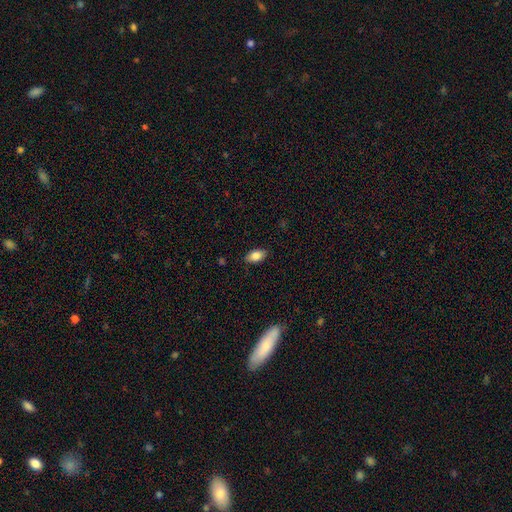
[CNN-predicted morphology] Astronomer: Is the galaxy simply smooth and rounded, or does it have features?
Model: smooth — 83%.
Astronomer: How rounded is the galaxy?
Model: in between — 91%.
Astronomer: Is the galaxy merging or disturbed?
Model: none — 85%.